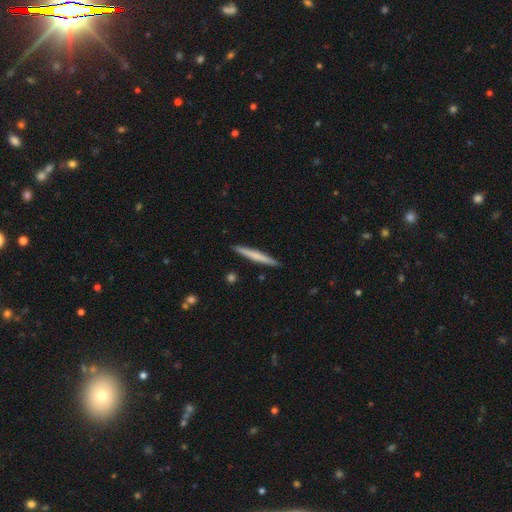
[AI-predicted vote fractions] The model was most divided on "smooth or featured": smooth: 58%, featured or disk: 37%, star or artifact: 5%. More confident: how rounded — cigar-shaped (96%); merging — none (92%).